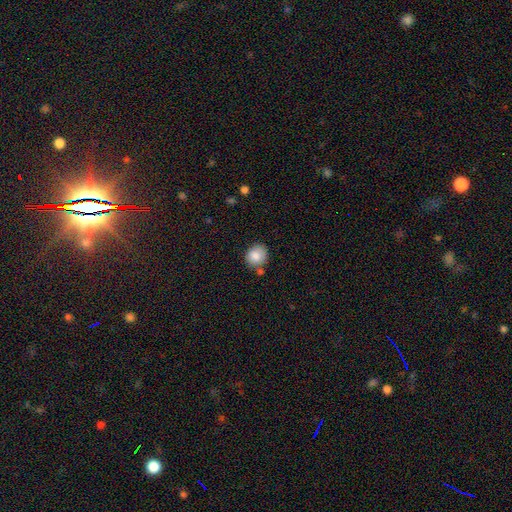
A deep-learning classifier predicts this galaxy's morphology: This appears to be a smooth galaxy with no disk features (84%) that is round (77%). Merging: none (72%).